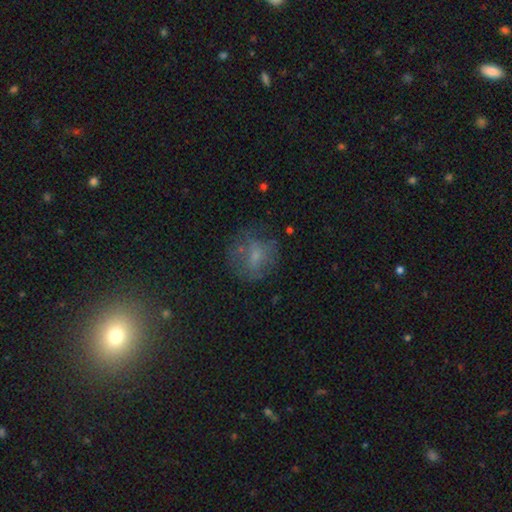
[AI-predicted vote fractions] This is possibly a smooth galaxy (51%). How rounded: likely round (75%). Merging: possibly none (60%).